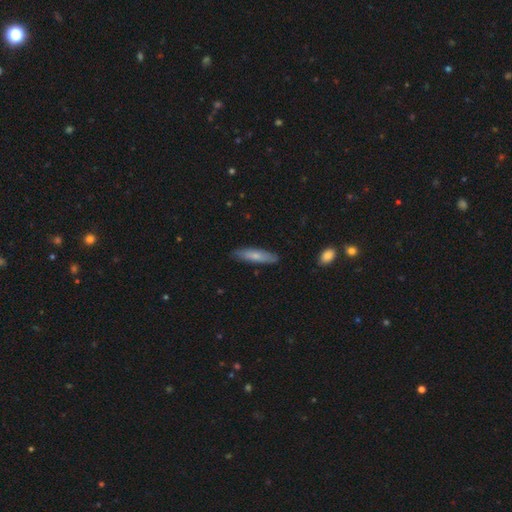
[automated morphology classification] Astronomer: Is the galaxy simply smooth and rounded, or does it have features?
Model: smooth — 69%.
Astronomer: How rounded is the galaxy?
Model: cigar-shaped — 76%.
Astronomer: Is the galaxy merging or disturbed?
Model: none — 84%.